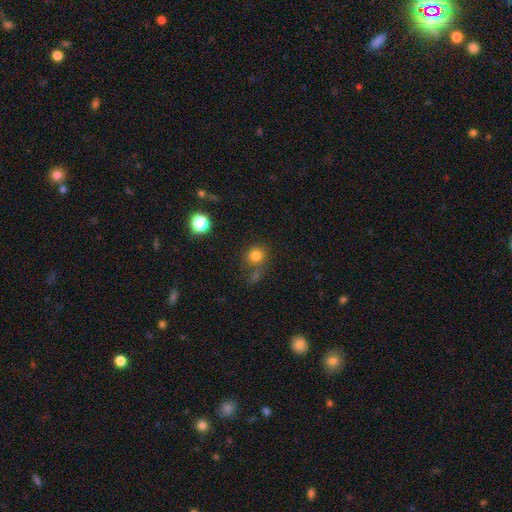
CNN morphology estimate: This appears to be a smooth galaxy with no disk features (79%) that is round (86%). Merging: none (62%).